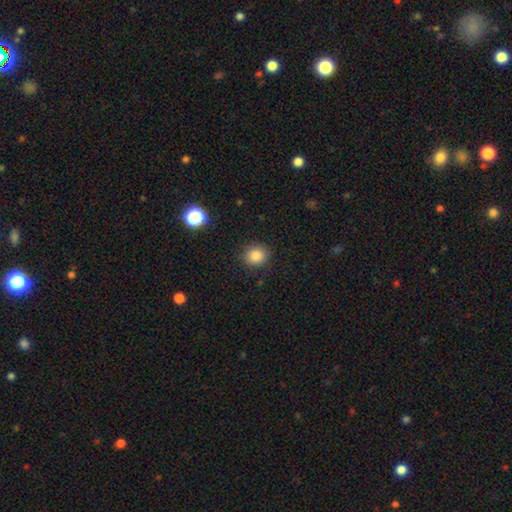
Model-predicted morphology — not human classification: Overall: smooth (85%). How rounded: round (80%). Merging: none (88%).